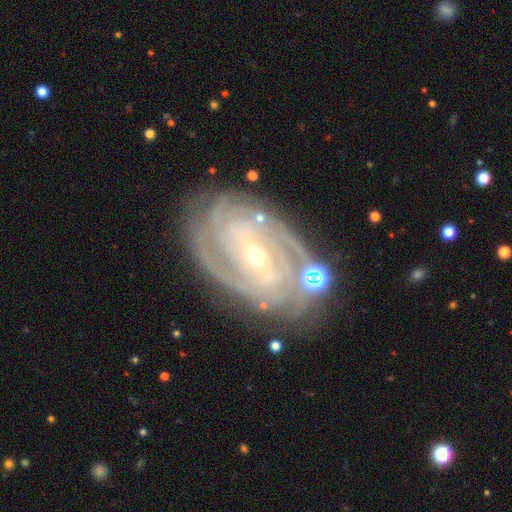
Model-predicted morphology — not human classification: featured or disk 90%, star or artifact 5%, smooth 4%. Down the decision tree: edge-on disk — no (96%); bar — weak (38%); spiral arms — yes (97%); spiral arm count — 2 (25%); spiral winding — tight (74%); bulge size — small (73%); merging — none (75%).